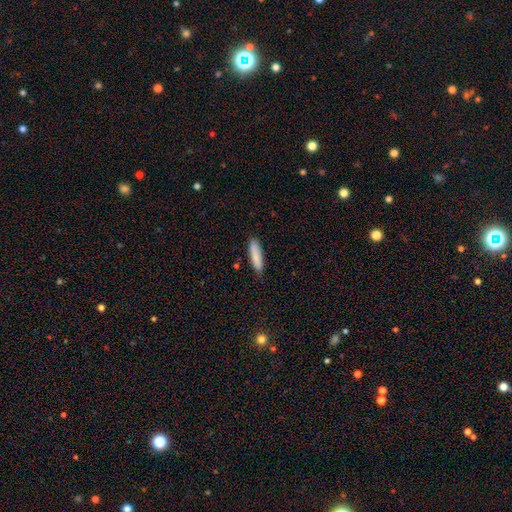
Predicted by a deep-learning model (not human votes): Smooth or featured? Predicted: smooth (p=0.86). How rounded? Predicted: cigar-shaped (p=0.74). Merging? Predicted: none (p=0.82).